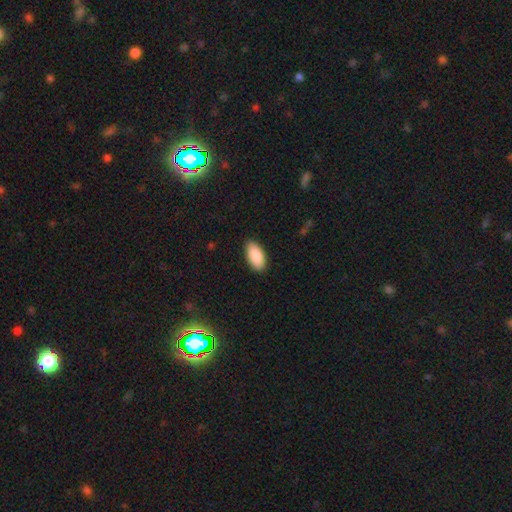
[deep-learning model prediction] smooth 90%, star or artifact 6%, featured or disk 4%. Down the decision tree: how rounded — in between (94%); merging — none (88%).